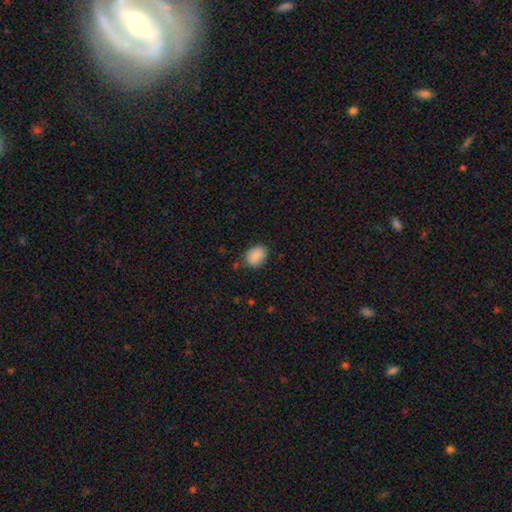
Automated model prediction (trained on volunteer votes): A smooth galaxy with no disk features (88%) that is in between round and cigar-shaped (74%). Merging: none (80%).